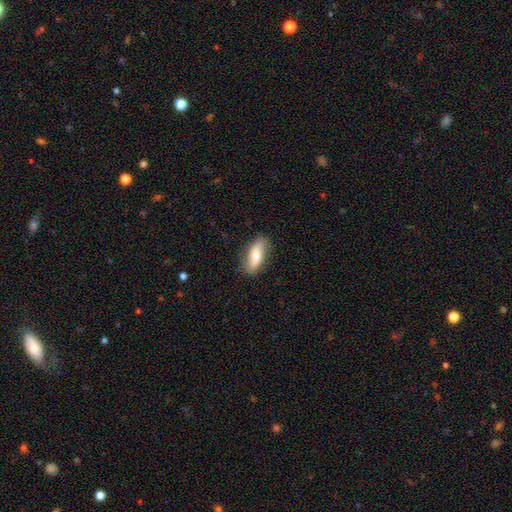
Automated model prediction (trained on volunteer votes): smooth-or-featured: smooth: 61% | featured or disk: 33% | star or artifact: 6%
  how-rounded: in between: 72% | cigar-shaped: 25% | round: 3%
  merging: none: 82% | minor disturbance: 14% | major disturbance: 3% | merger: 1%